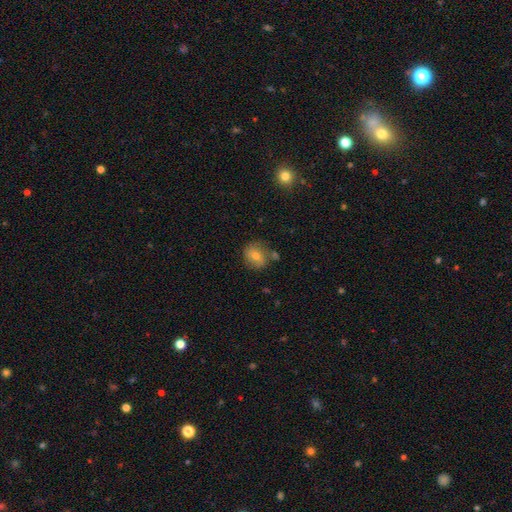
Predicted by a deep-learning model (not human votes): This is likely a smooth galaxy (71%). How rounded: likely round (76%). Merging: likely none (69%).